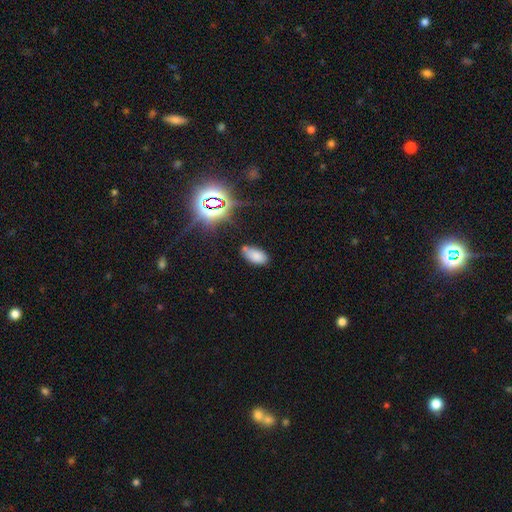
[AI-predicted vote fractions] smooth_or_featured: smooth (p=0.75) [alt: star or artifact p=0.17]
how_rounded: in between (p=0.93) [alt: round p=0.03]
merging: none (p=0.70) [alt: minor disturbance p=0.19]